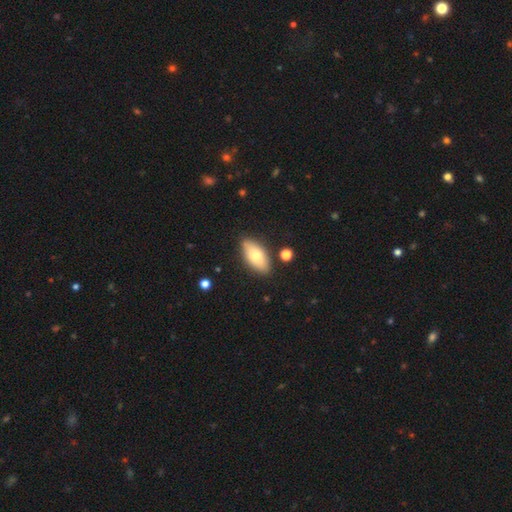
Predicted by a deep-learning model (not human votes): Morphology: type=smooth (72%); roundness=in between (89%); merging=none (84%).